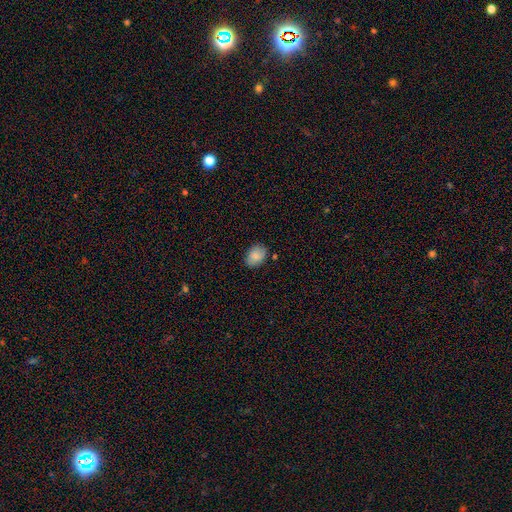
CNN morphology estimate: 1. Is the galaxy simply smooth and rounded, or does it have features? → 86% smooth, 8% star or artifact, 6% featured or disk.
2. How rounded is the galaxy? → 74% in between, 25% round, 1% cigar-shaped.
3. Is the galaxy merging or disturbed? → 80% none, 15% minor disturbance, 3% major disturbance, 2% merger.